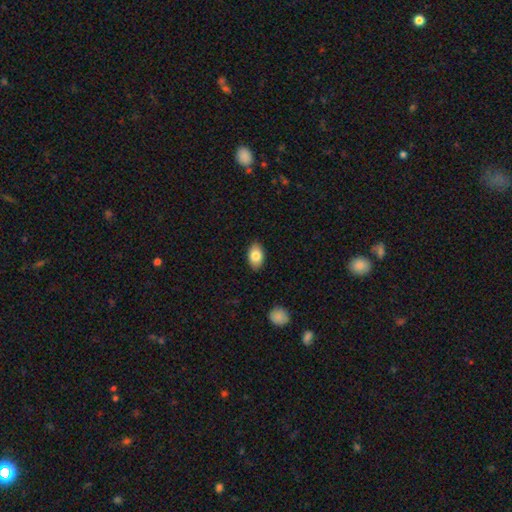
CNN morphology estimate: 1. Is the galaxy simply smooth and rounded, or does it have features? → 83% smooth, 10% featured or disk, 7% star or artifact.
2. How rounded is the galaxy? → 91% in between, 7% round, 2% cigar-shaped.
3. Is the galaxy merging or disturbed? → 88% none, 9% minor disturbance, 2% major disturbance, 1% merger.